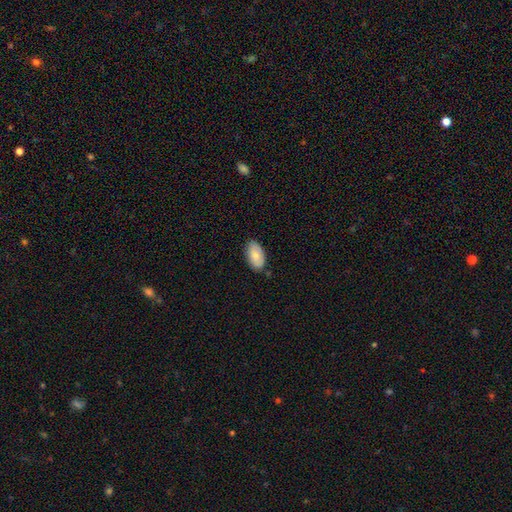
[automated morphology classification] A smooth galaxy with no disk features (80%) that is in between round and cigar-shaped (94%). Merging: none (81%).